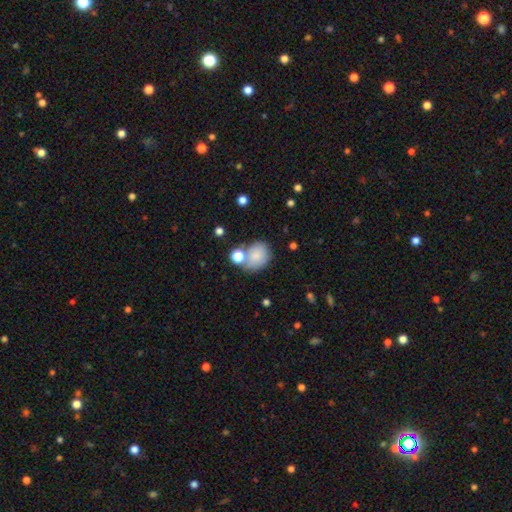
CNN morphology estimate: Q: Smooth or featured?
A: smooth (81%); runner-up: star or artifact (10%)
Q: How rounded?
A: round (51%); runner-up: in between (48%)
Q: Merging?
A: none (57%); runner-up: merger (20%)